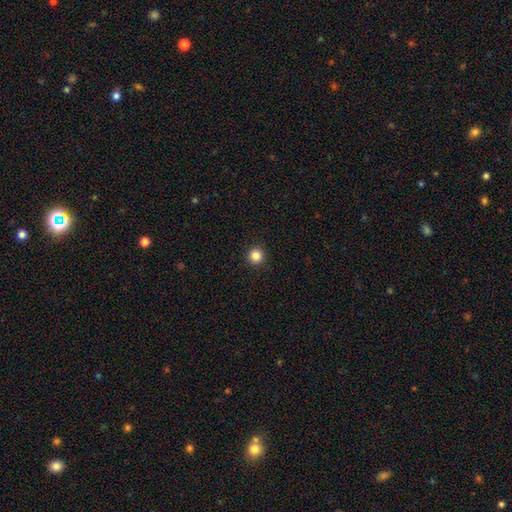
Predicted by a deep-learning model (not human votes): Smooth or featured? smooth (84%)
How rounded? round (96%)
Merging? none (94%)